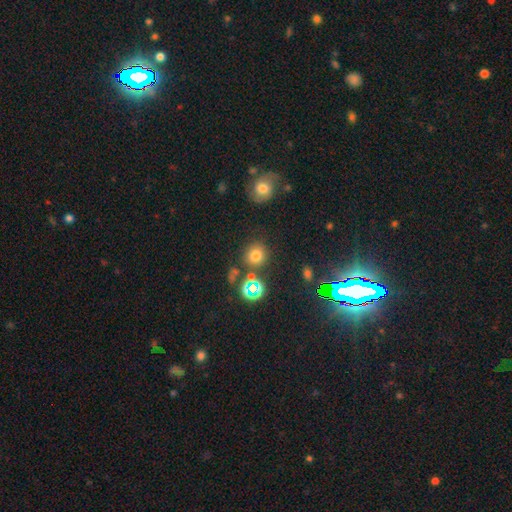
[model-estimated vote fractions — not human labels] Q: Smooth or featured?
A: smooth (71%); runner-up: star or artifact (21%)
Q: How rounded?
A: round (83%); runner-up: in between (16%)
Q: Merging?
A: none (77%); runner-up: minor disturbance (10%)